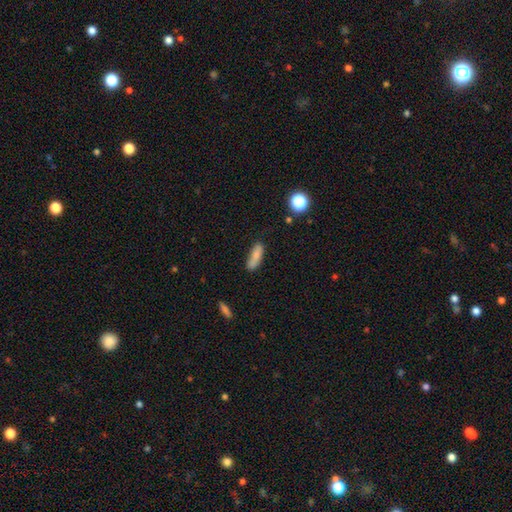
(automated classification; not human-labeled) Overall: smooth (81%). How rounded: cigar-shaped (49%; in between 48%). Merging: none (69%).